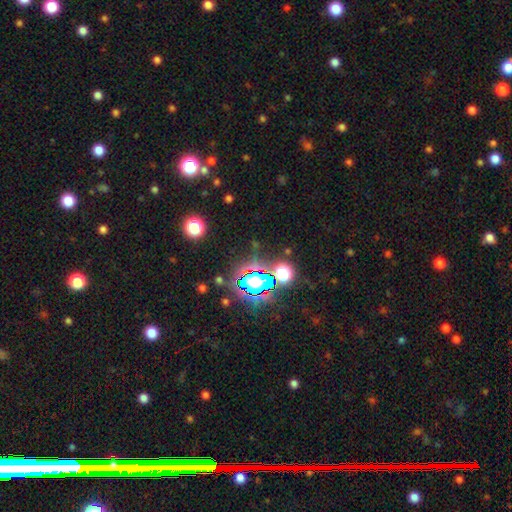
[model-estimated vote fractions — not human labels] The model was most divided on "smooth or featured": star or artifact: 74%, smooth: 17%, featured or disk: 9%.